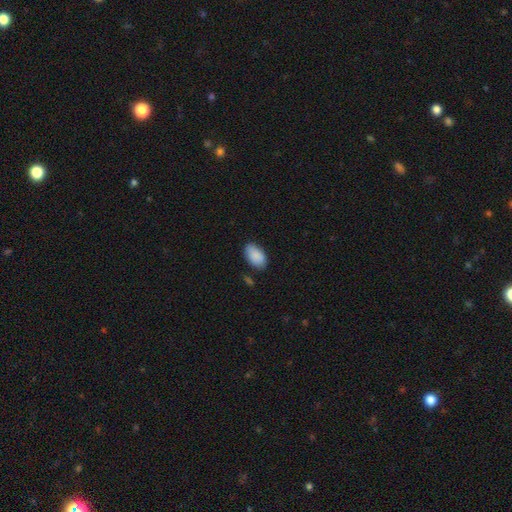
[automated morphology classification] smooth-or-featured: smooth: 90% | star or artifact: 6% | featured or disk: 4%
  how-rounded: in between: 94% | round: 4% | cigar-shaped: 2%
  merging: none: 80% | minor disturbance: 15% | major disturbance: 3% | merger: 2%